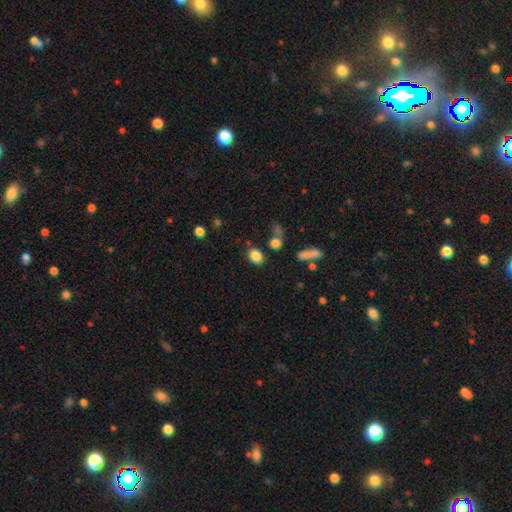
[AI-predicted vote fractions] Q: Smooth or featured?
A: smooth (84%); runner-up: star or artifact (10%)
Q: How rounded?
A: in between (51%); runner-up: round (47%)
Q: Merging?
A: none (79%); runner-up: minor disturbance (10%)